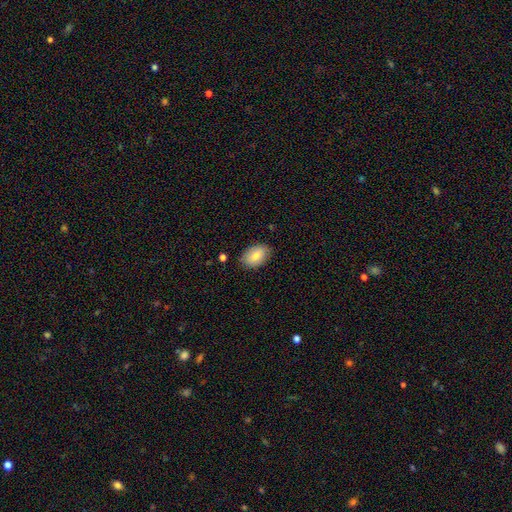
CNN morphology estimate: A smooth galaxy with no disk features (78%) that is in between round and cigar-shaped (87%).

Vote fractions:
- Smooth or featured? smooth: 78% / featured or disk: 15% / star or artifact: 7%
- How rounded? in between: 87% / round: 12% / cigar-shaped: 1%
- Merging? none: 83% / minor disturbance: 13% / major disturbance: 3% / merger: 1%